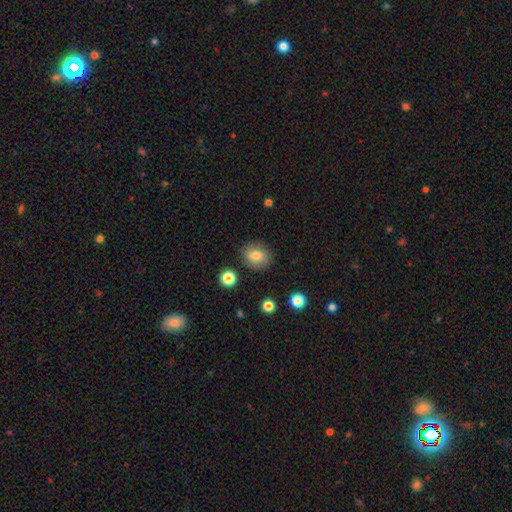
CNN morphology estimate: smooth 80%, featured or disk 10%, star or artifact 10%. Down the decision tree: how rounded — round (72%); merging — none (85%).